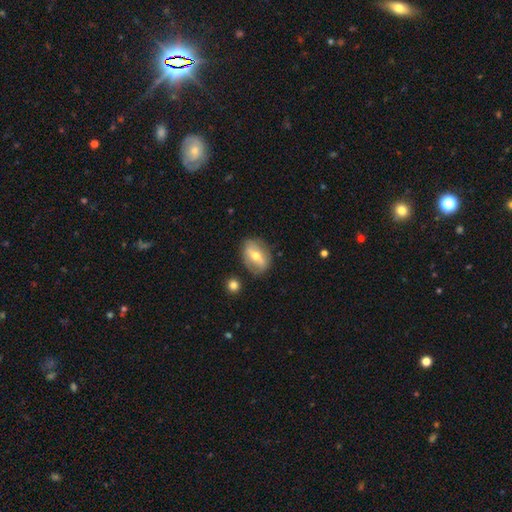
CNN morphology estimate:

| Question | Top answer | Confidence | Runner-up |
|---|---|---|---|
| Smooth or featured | featured or disk | 52% | smooth (41%) |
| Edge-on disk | no | 84% | yes (16%) |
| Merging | none | 77% | minor disturbance (16%) |